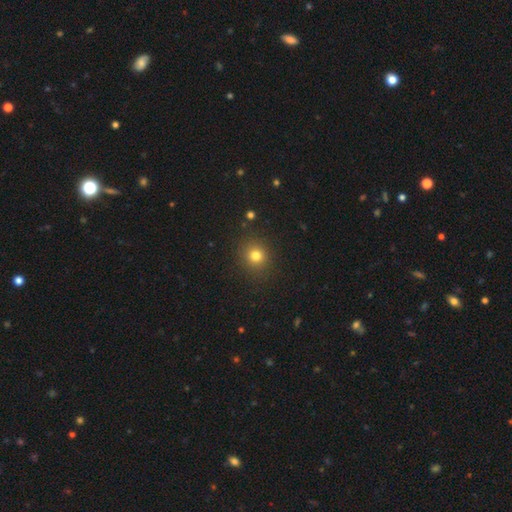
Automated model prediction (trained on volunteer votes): This is likely a smooth galaxy (79%). How rounded: clearly round (88%). Merging: clearly none (89%).